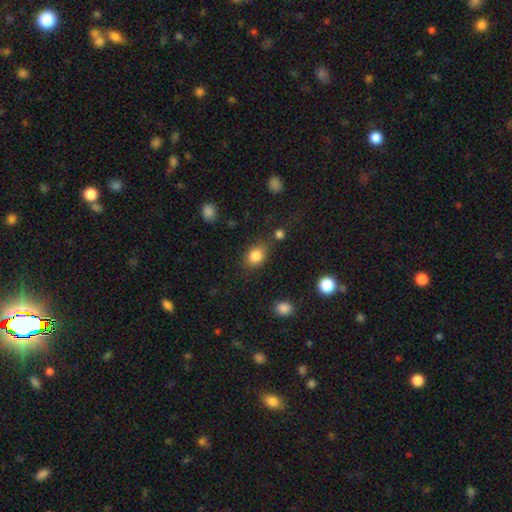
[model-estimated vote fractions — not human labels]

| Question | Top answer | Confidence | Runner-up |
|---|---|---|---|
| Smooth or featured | smooth | 84% | star or artifact (10%) |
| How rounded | in between | 58% | round (41%) |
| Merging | none | 73% | minor disturbance (16%) |